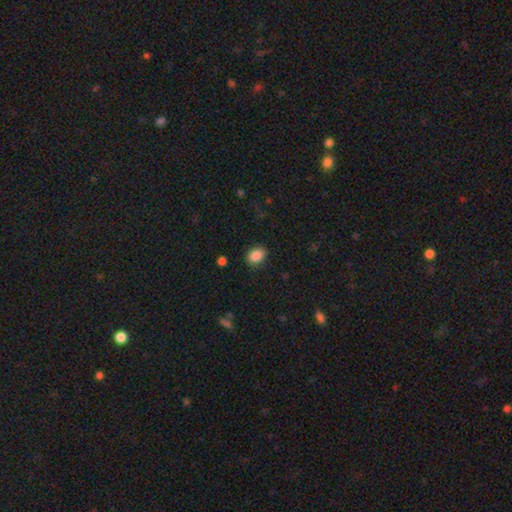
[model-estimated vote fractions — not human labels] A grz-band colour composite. It shows a smooth galaxy with no disk features (88%) that is in between round and cigar-shaped (73%). Merging: none (86%).